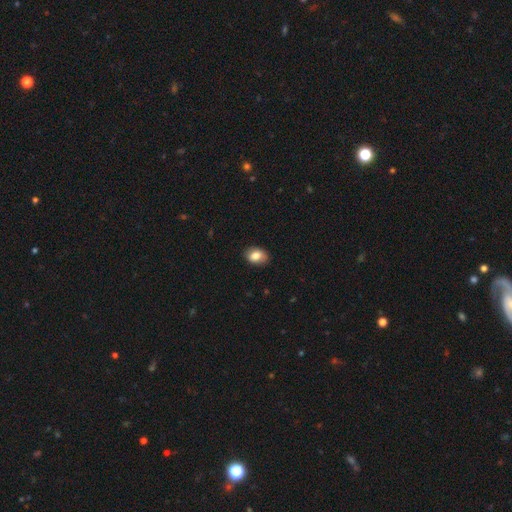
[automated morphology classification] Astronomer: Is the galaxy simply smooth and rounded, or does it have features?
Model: smooth — 82%.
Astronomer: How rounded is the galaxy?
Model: in between — 79%.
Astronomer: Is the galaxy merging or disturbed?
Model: none — 83%.